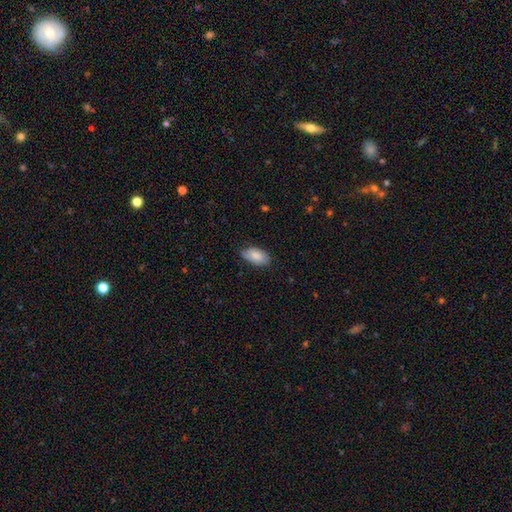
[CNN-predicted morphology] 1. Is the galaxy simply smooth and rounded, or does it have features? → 85% smooth, 9% featured or disk, 6% star or artifact.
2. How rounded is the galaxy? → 94% in between, 3% round, 2% cigar-shaped.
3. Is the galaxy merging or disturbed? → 77% none, 19% minor disturbance, 3% major disturbance, 1% merger.